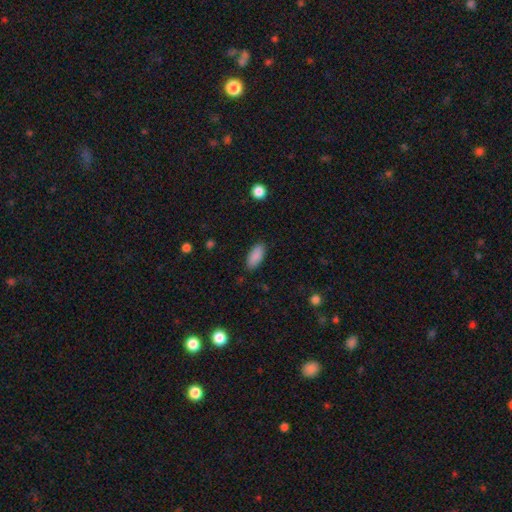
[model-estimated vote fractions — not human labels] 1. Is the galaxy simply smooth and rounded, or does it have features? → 89% smooth, 7% star or artifact, 4% featured or disk.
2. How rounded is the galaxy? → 89% in between, 9% cigar-shaped, 2% round.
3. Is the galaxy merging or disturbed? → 87% none, 10% minor disturbance, 2% major disturbance, 1% merger.